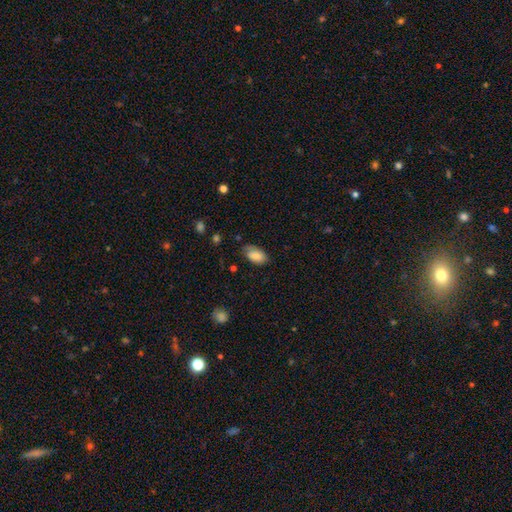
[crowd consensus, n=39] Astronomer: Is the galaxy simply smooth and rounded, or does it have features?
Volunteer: smooth — 82%.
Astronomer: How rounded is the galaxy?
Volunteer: in between — 100%.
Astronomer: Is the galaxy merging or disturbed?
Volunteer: none — 74%.